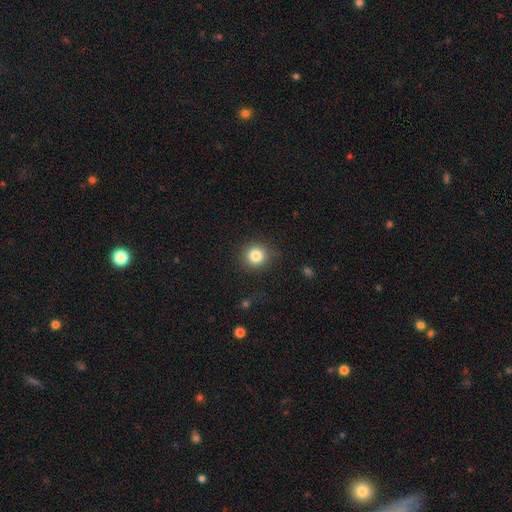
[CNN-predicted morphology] Smooth or featured? smooth (83%)
How rounded? round (90%)
Merging? none (83%)